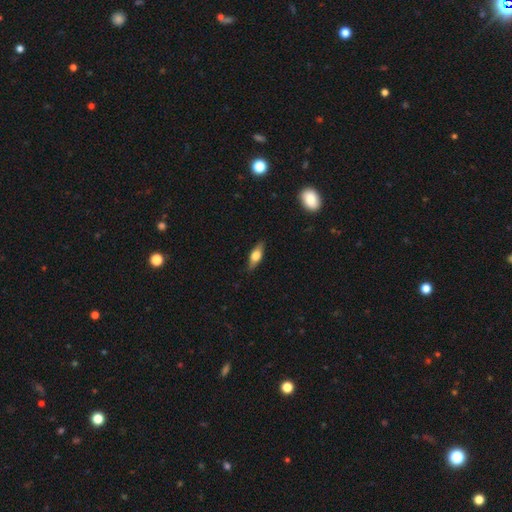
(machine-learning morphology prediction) smooth_or_featured: smooth (p=0.58) [alt: featured or disk p=0.36]
how_rounded: in between (p=0.65) [alt: cigar-shaped p=0.31]
merging: none (p=0.84) [alt: minor disturbance p=0.12]